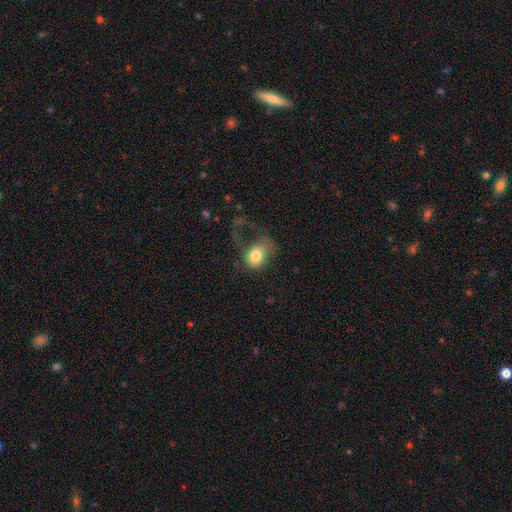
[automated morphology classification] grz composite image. It shows a smooth galaxy with no disk features (76%) that is in between round and cigar-shaped (56%). Merging: major disturbance (55%).